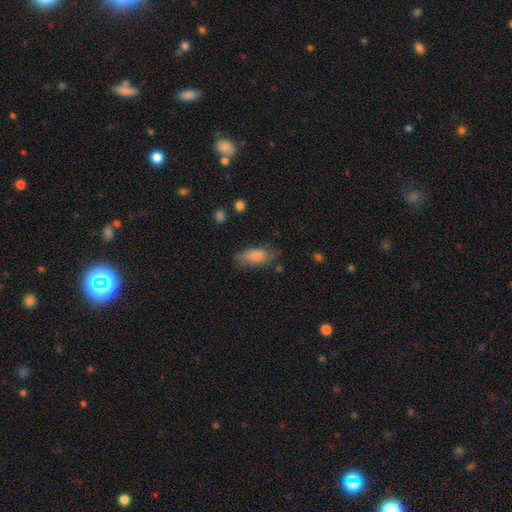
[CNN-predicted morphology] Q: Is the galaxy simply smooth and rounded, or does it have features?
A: smooth — 85%.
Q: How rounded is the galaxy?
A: in between — 84%.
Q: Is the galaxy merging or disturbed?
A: none — 72%.